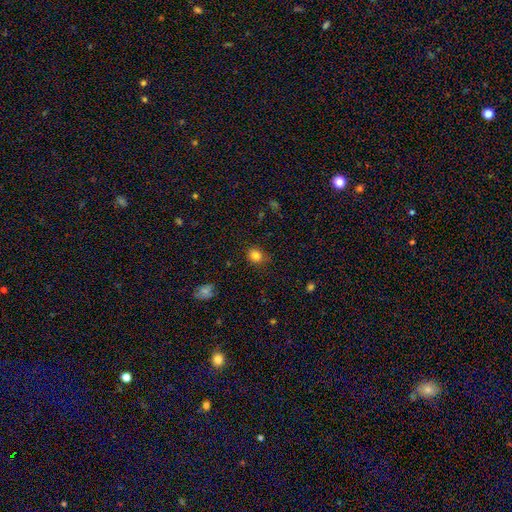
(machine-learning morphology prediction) This is clearly a smooth galaxy (82%). How rounded: likely round (62%). Merging: clearly none (82%).